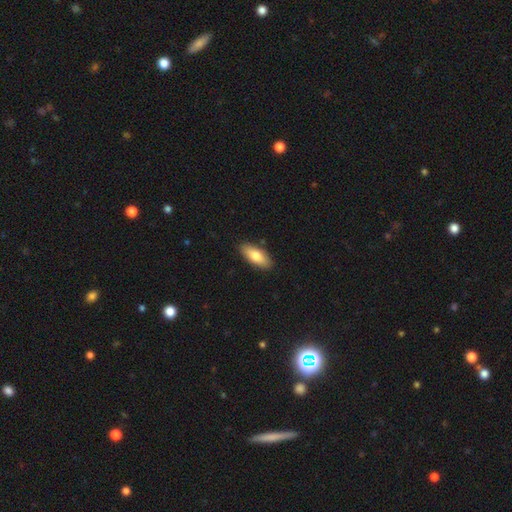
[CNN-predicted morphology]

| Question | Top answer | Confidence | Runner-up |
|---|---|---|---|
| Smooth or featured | smooth | 77% | featured or disk (17%) |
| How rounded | in between | 80% | cigar-shaped (18%) |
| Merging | none | 88% | minor disturbance (9%) |